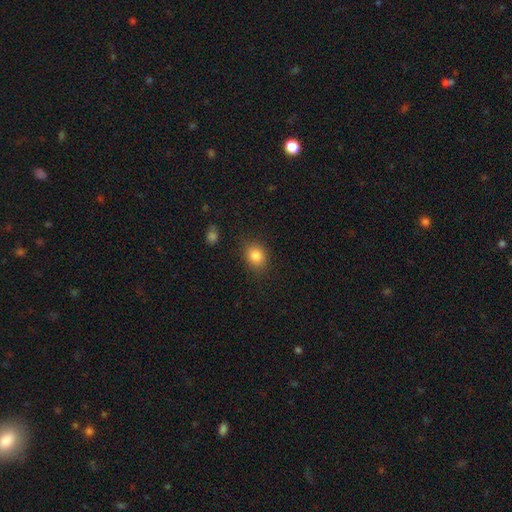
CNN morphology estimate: smooth-or-featured: smooth: 84% | star or artifact: 10% | featured or disk: 6%
  how-rounded: round: 56% | in between: 43% | cigar-shaped: 1%
  merging: none: 85% | minor disturbance: 10% | major disturbance: 3% | merger: 2%